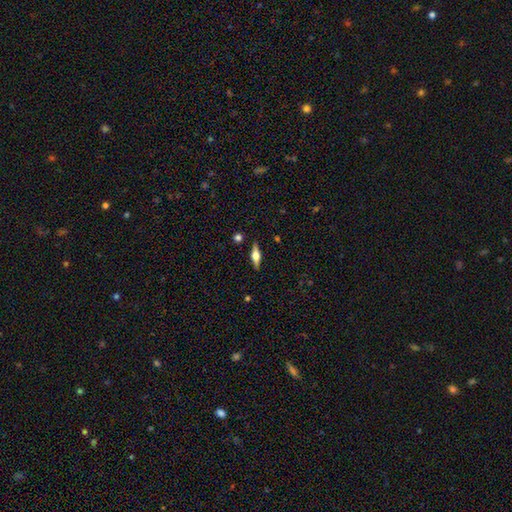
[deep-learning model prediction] A featured or disk galaxy (60%) viewed edge-on (95%) with a rounded central bulge (92%).

Vote fractions:
- Smooth or featured? featured or disk: 60% / smooth: 33% / star or artifact: 7%
- Edge-on disk? yes: 95% / no: 5%
- Edge-on bulge? rounded: 92% / boxy: 6% / none: 2%
- Merging? none: 89% / minor disturbance: 8% / major disturbance: 2% / merger: 2%